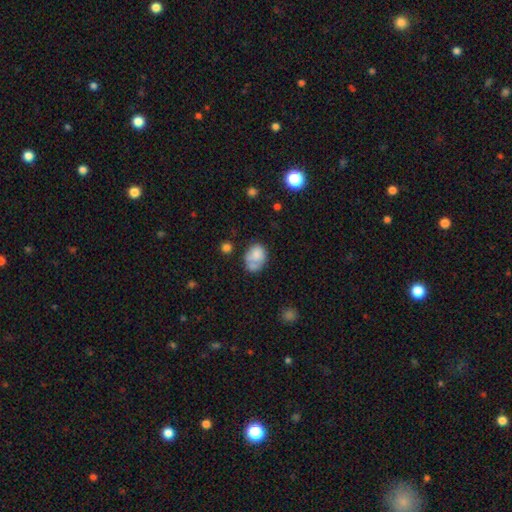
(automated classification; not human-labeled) A smooth galaxy with no disk features (73%) that is in between round and cigar-shaped (57%).

Vote fractions:
- Smooth or featured? smooth: 73% / featured or disk: 18% / star or artifact: 9%
- How rounded? in between: 57% / round: 42% / cigar-shaped: 1%
- Merging? none: 37% / merger: 30% / minor disturbance: 22% / major disturbance: 11%